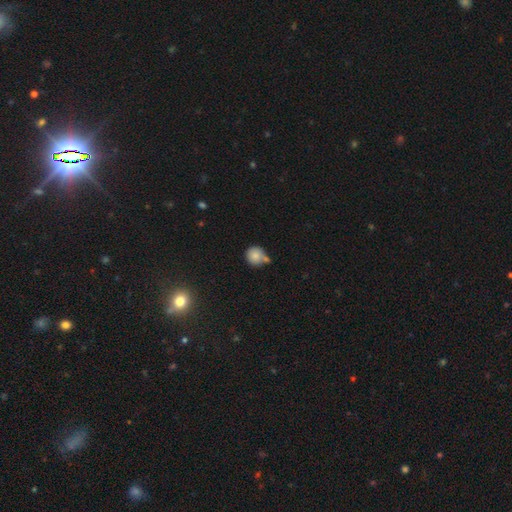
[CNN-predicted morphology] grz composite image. It shows a smooth galaxy with no disk features (83%) that is round (89%). Merging: none (53%).